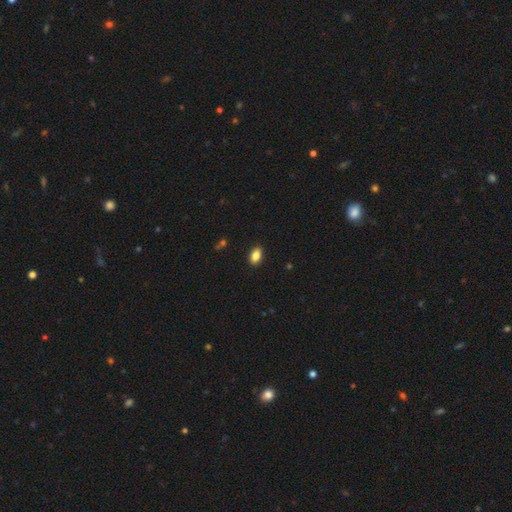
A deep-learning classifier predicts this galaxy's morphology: Q: Smooth or featured?
A: smooth (86%); runner-up: star or artifact (9%)
Q: How rounded?
A: in between (90%); runner-up: round (7%)
Q: Merging?
A: none (89%); runner-up: minor disturbance (8%)